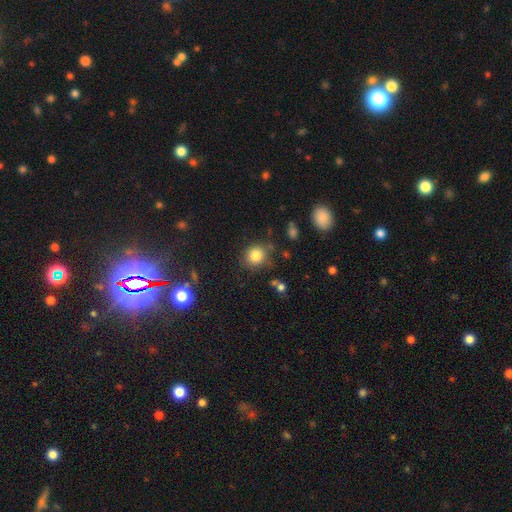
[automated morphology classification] This is clearly a smooth galaxy (82%). How rounded: clearly round (86%). Merging: likely none (78%).